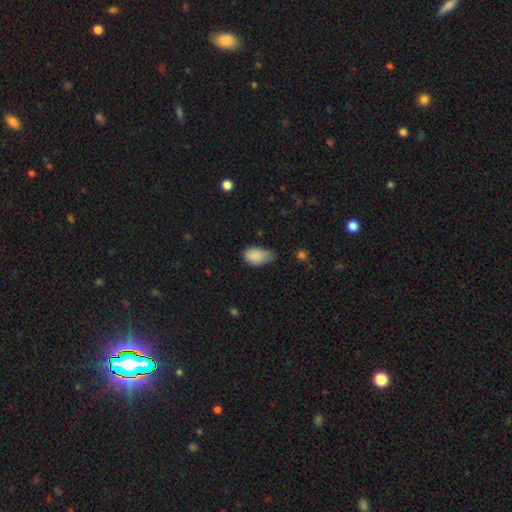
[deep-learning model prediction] Q: Smooth or featured?
A: smooth (87%); runner-up: star or artifact (7%)
Q: How rounded?
A: in between (91%); runner-up: round (8%)
Q: Merging?
A: none (48%); runner-up: minor disturbance (42%)